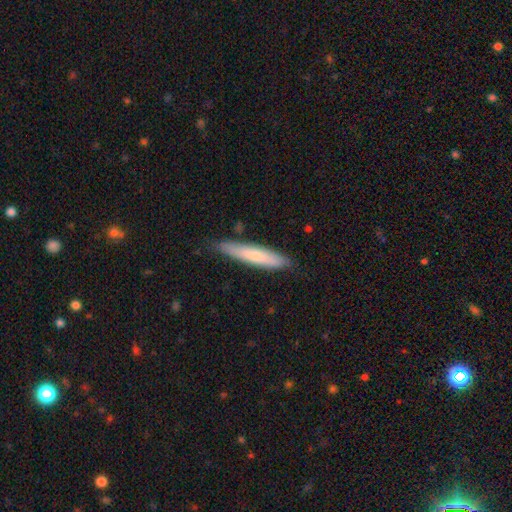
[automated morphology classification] smooth 67%, featured or disk 28%, star or artifact 6%. Down the decision tree: how rounded — cigar-shaped (90%); merging — none (82%).